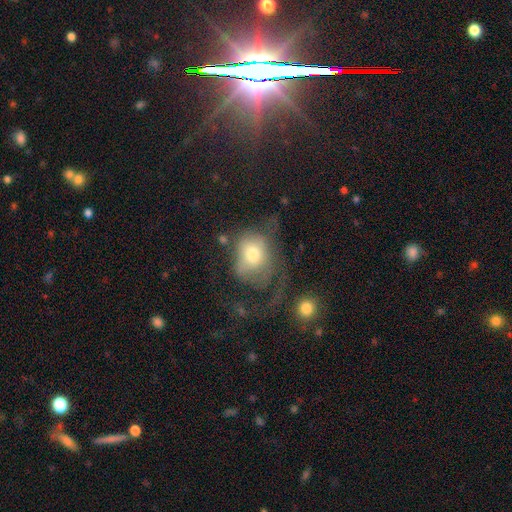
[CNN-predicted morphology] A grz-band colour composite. It shows a smooth galaxy with no disk features (62%) that is round (52%). Merging: major disturbance (55%).